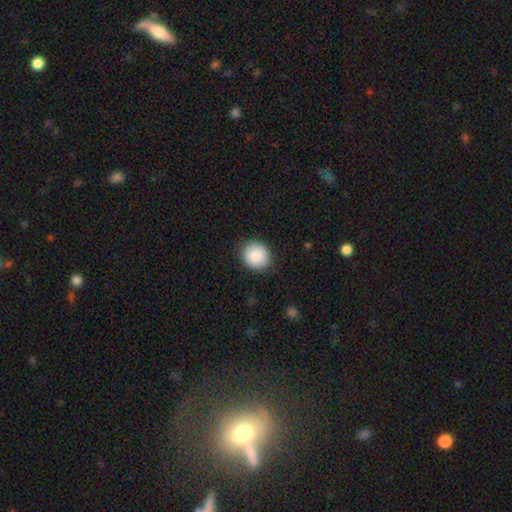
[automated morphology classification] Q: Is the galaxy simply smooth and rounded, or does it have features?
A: smooth — 87%.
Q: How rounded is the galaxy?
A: round — 75%.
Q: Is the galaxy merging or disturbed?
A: none — 89%.